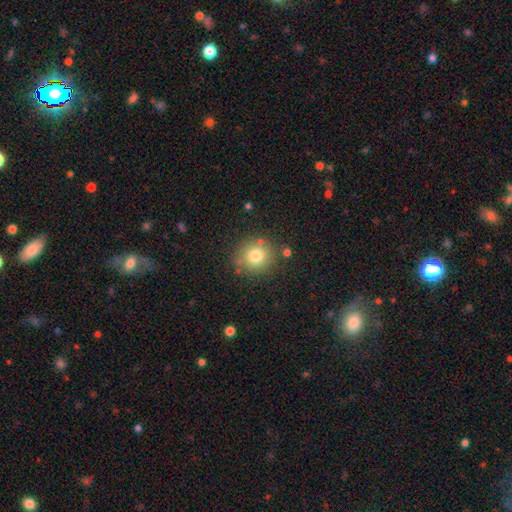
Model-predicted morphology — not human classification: Smooth or featured? Predicted: smooth (p=0.77). How rounded? Predicted: round (p=0.88). Merging? Predicted: none (p=0.81).